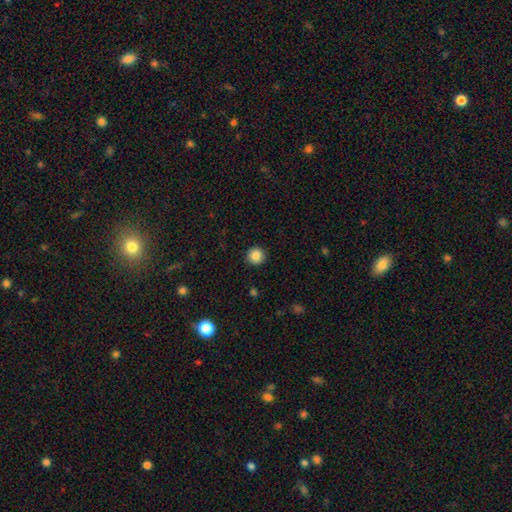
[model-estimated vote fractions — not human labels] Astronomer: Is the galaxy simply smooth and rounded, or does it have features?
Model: smooth — 86%.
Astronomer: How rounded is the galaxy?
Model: round — 95%.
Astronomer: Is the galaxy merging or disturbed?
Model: none — 91%.